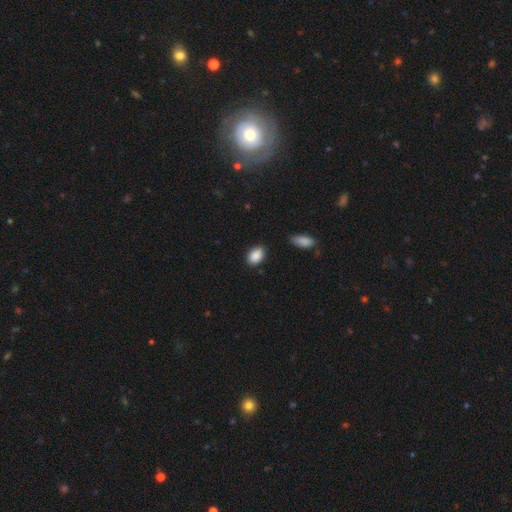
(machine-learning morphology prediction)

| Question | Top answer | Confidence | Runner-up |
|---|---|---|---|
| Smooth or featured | smooth | 89% | star or artifact (7%) |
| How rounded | in between | 86% | round (13%) |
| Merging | none | 83% | minor disturbance (12%) |